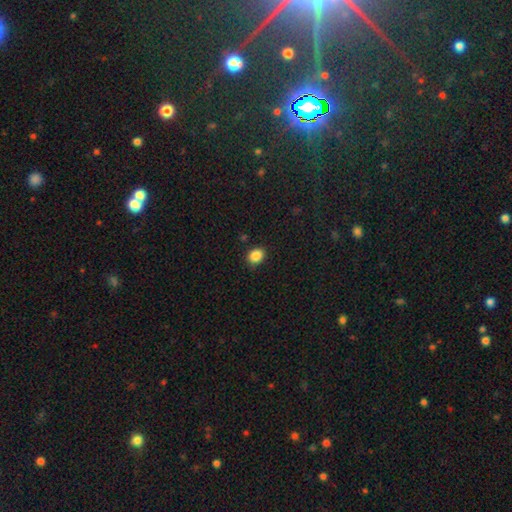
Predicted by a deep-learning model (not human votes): Overall: smooth (87%). How rounded: round (55%; in between 44%). Merging: none (86%).